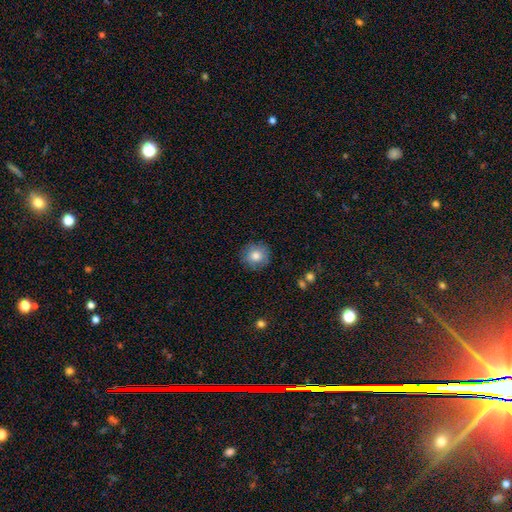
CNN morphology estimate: smooth 80%, featured or disk 12%, star or artifact 8%. Down the decision tree: how rounded — round (93%); merging — none (86%).